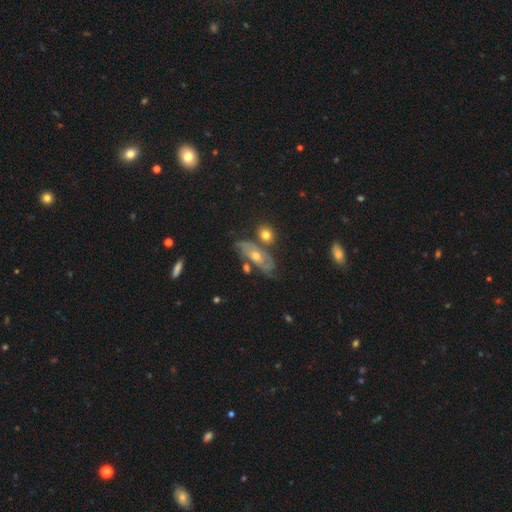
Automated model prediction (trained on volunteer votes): smooth-or-featured: featured or disk: 65% | smooth: 26% | star or artifact: 8%
  disk-edge-on: no: 84% | yes: 16%
    bar: no: 75% | weak: 21% | strong: 5%
    has-spiral-arms: yes: 76% | no: 24%
    bulge-size: moderate: 61% | small: 33% | large: 4% | none: 2% | dominant: 1%
  merging: none: 54% | minor disturbance: 22% | merger: 14% | major disturbance: 10%